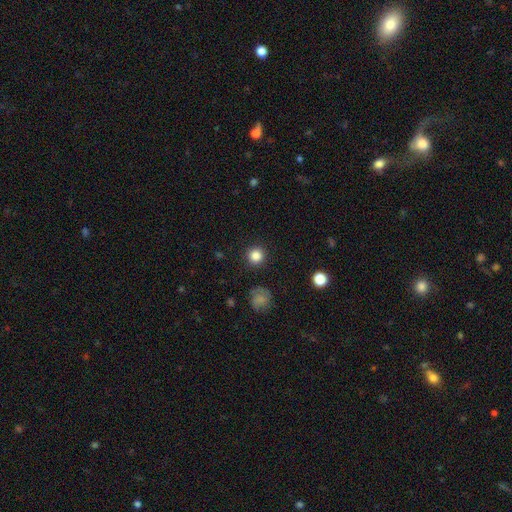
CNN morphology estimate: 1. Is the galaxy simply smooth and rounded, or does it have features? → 84% smooth, 11% star or artifact, 5% featured or disk.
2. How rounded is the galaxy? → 95% round, 4% in between, 1% cigar-shaped.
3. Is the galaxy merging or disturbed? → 90% none, 6% minor disturbance, 2% major disturbance, 1% merger.